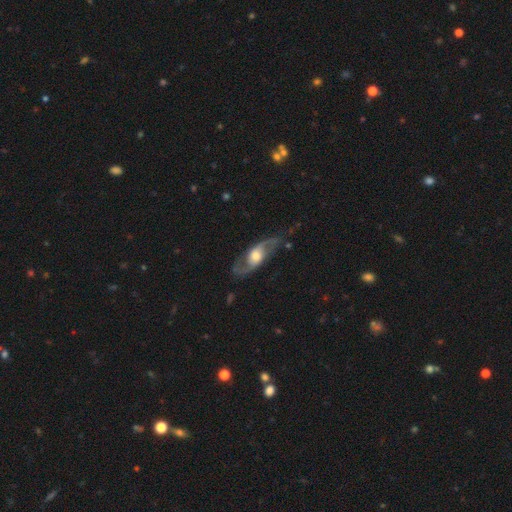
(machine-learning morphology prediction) This appears to be a featured or disk galaxy (84%) with no bar (57%), 2 (92%) loose (58%) spiral arms (93%) and a moderate central bulge (54%). Merging: none (73%).